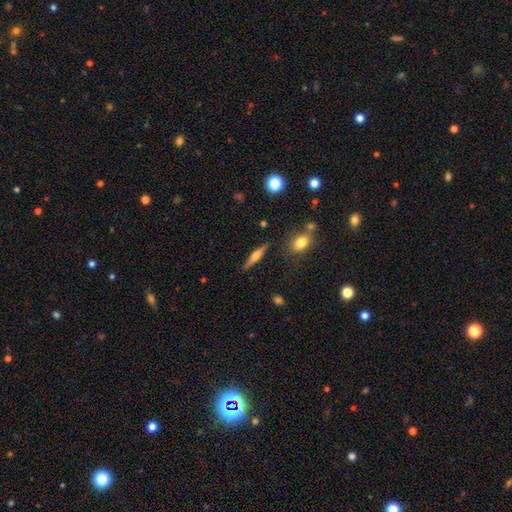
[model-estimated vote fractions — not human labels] smooth-or-featured: featured or disk: 58% | smooth: 34% | star or artifact: 7%
  disk-edge-on: yes: 96% | no: 4%
    edge-on-bulge: rounded: 90% | boxy: 7% | none: 4%
  merging: none: 86% | minor disturbance: 9% | merger: 3% | major disturbance: 2%